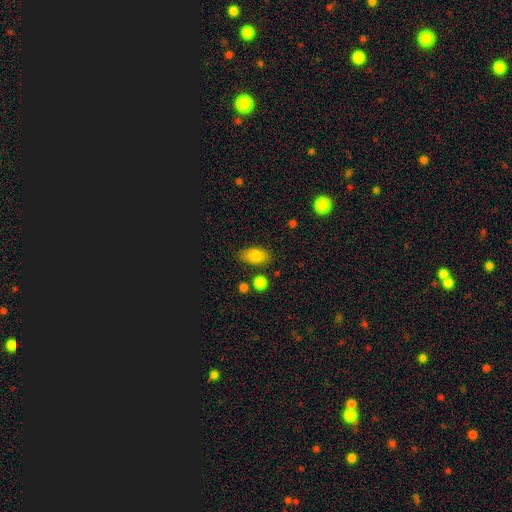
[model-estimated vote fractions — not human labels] Smooth or featured?
  - smooth: 82% *
  - featured or disk: 9%
  - star or artifact: 9%
How rounded?
  - in between: 89% *
  - round: 7%
  - cigar-shaped: 4%
Merging?
  - none: 78% *
  - minor disturbance: 14%
  - merger: 5%
  - major disturbance: 4%